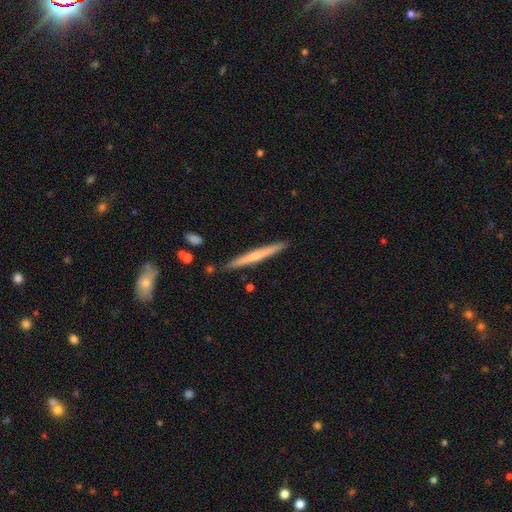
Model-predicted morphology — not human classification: This is possibly a smooth galaxy (51%). How rounded: clearly cigar-shaped (97%). Merging: clearly none (89%).